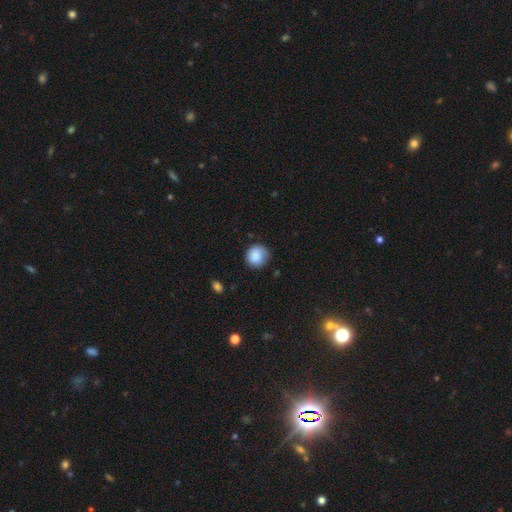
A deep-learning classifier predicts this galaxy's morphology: Smooth or featured? Predicted: smooth (p=0.85). How rounded? Predicted: round (p=0.88). Merging? Predicted: none (p=0.72).